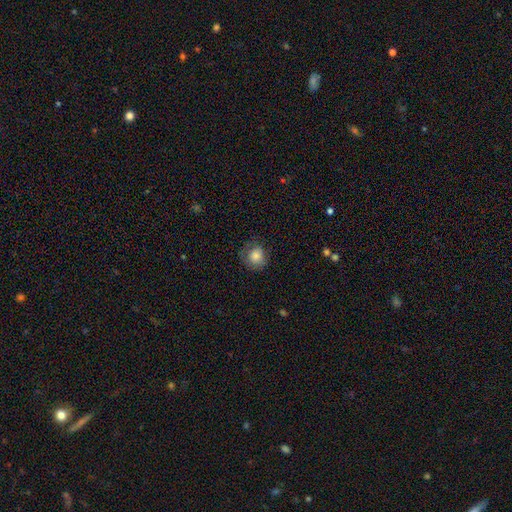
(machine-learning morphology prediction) Smooth or featured?
  - smooth: 81% *
  - featured or disk: 10%
  - star or artifact: 9%
How rounded?
  - round: 83% *
  - in between: 16%
  - cigar-shaped: 1%
Merging?
  - none: 68% *
  - minor disturbance: 21%
  - major disturbance: 9%
  - merger: 1%